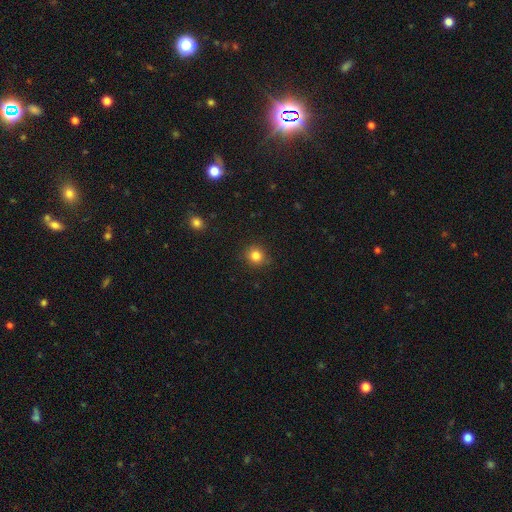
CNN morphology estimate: This is clearly a smooth galaxy (83%). How rounded: clearly round (89%). Merging: clearly none (88%).